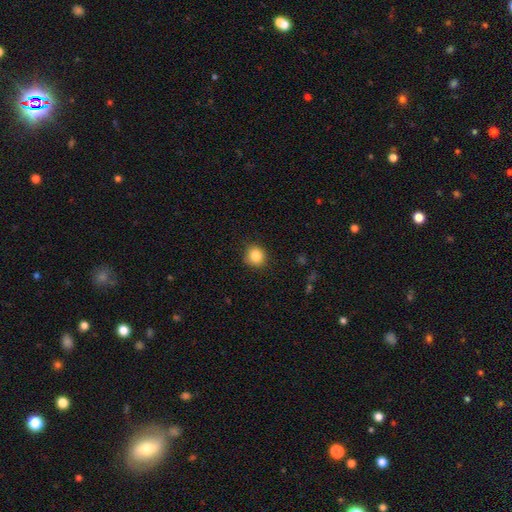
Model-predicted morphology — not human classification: Smooth or featured? Predicted: smooth (p=0.86). How rounded? Predicted: round (p=0.86). Merging? Predicted: none (p=0.87).